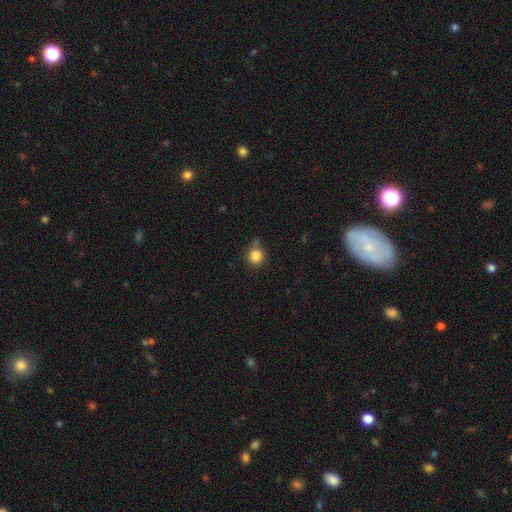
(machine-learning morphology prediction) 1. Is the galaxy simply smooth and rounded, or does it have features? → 85% smooth, 11% star or artifact, 4% featured or disk.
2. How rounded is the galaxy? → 90% round, 9% in between, 1% cigar-shaped.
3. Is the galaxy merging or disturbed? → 72% none, 17% minor disturbance, 7% merger, 4% major disturbance.